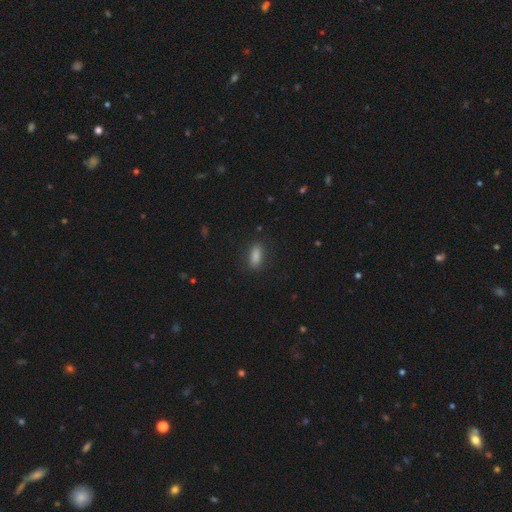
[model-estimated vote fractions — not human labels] smooth_or_featured: smooth (p=0.84) [alt: star or artifact p=0.10]
how_rounded: in between (p=0.74) [alt: cigar-shaped p=0.22]
merging: none (p=0.87) [alt: minor disturbance p=0.09]